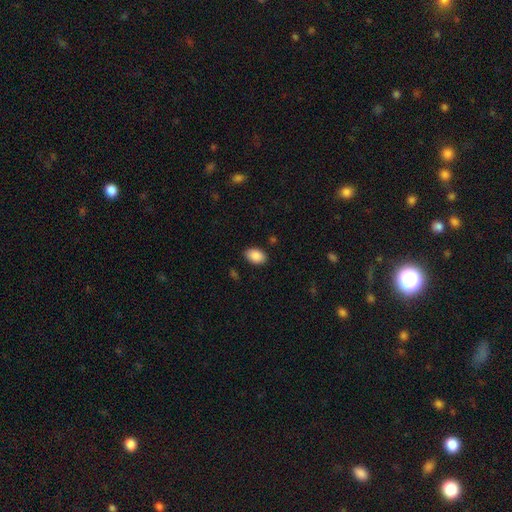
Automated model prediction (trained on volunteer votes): smooth_or_featured: smooth (p=0.89) [alt: star or artifact p=0.07]
how_rounded: in between (p=0.88) [alt: round p=0.11]
merging: none (p=0.88) [alt: minor disturbance p=0.09]